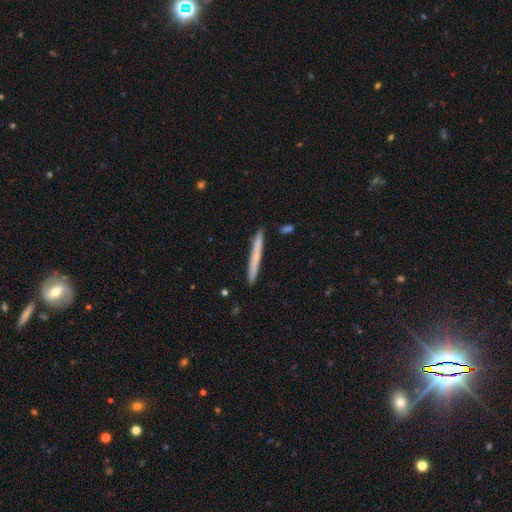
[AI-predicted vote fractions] The model was most divided on "smooth or featured": smooth: 58%, featured or disk: 36%, star or artifact: 6%. More confident: how rounded — cigar-shaped (97%); merging — none (90%).